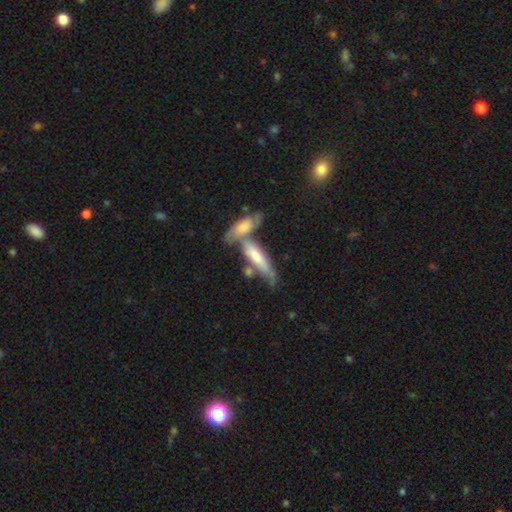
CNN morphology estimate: featured or disk 47%, smooth 46%, star or artifact 7%. Down the decision tree: merging — merger (50%).